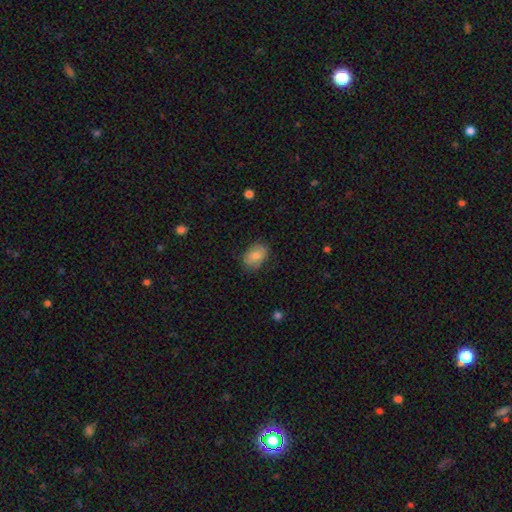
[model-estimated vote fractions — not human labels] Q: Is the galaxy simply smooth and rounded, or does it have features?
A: smooth — 78%.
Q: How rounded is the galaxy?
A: in between — 79%.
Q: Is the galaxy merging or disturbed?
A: none — 80%.